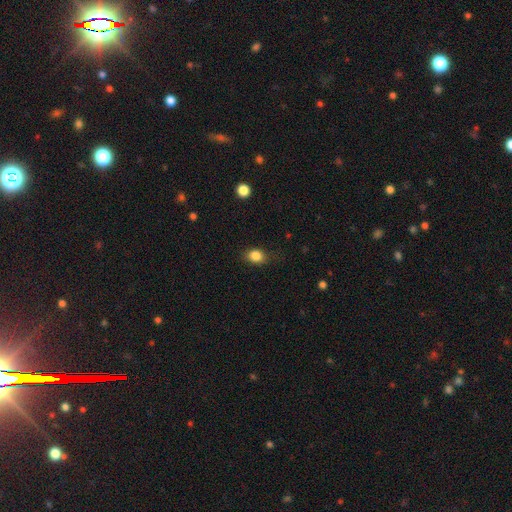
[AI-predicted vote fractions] This is clearly a smooth galaxy (84%). How rounded: possibly in between (53%). Merging: likely none (76%).